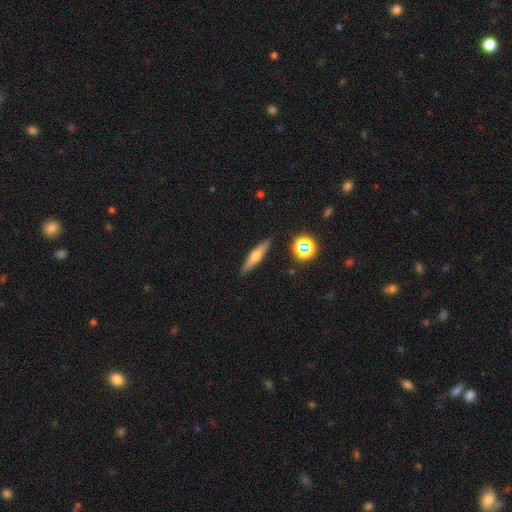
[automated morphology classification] Smooth or featured?
  - smooth: 46% *
  - featured or disk: 45%
  - star or artifact: 9%
Merging?
  - none: 89% *
  - minor disturbance: 8%
  - major disturbance: 2%
  - merger: 1%